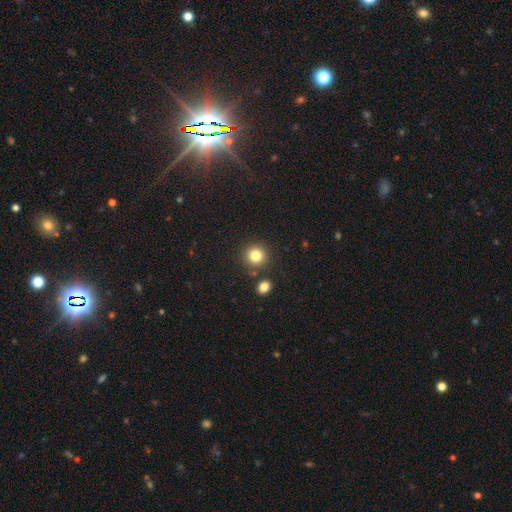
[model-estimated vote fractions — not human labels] Smooth or featured? smooth (83%)
How rounded? round (91%)
Merging? none (84%)